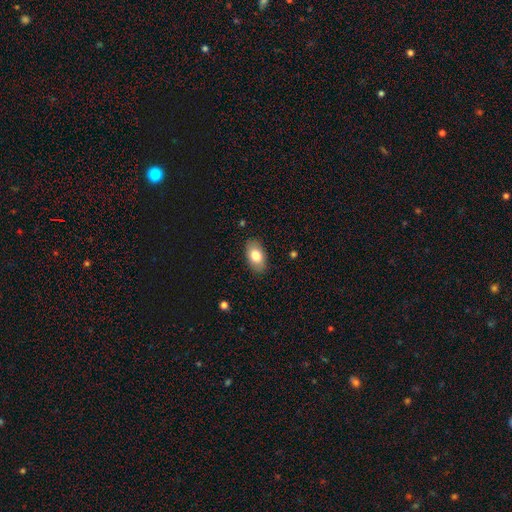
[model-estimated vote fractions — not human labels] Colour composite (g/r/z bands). It shows a smooth galaxy with no disk features (79%) that is in between round and cigar-shaped (92%). Merging: none (87%).